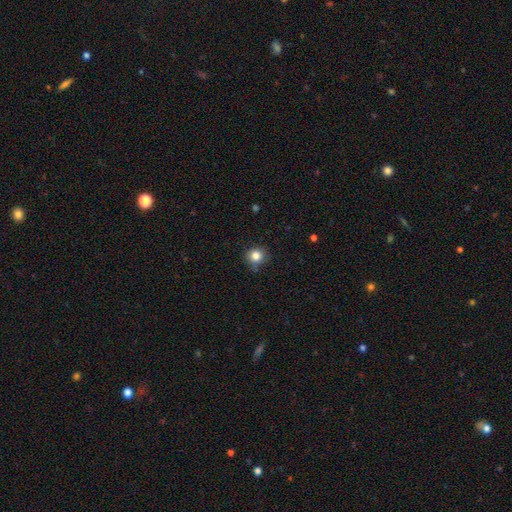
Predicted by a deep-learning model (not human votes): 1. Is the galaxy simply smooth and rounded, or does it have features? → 82% smooth, 12% star or artifact, 6% featured or disk.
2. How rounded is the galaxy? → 90% round, 9% in between, 1% cigar-shaped.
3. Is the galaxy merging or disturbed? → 82% none, 14% minor disturbance, 3% major disturbance, 2% merger.